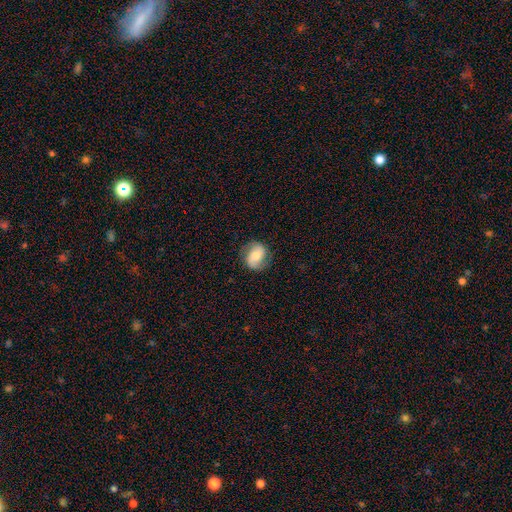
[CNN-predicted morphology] This appears to be a featured or disk galaxy (51%). Merging: none (80%).